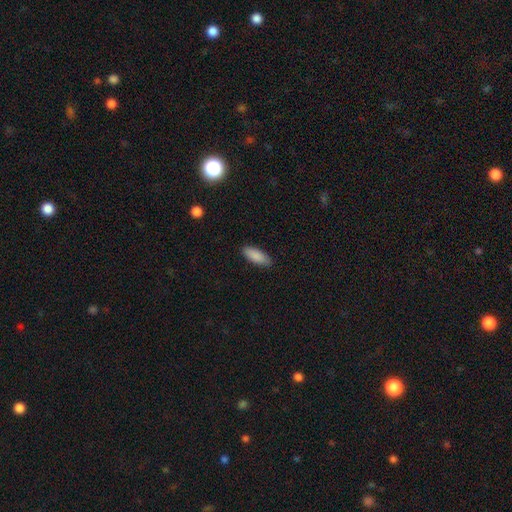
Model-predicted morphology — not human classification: This appears to be a smooth galaxy with no disk features (89%) that is in between round and cigar-shaped (74%). Merging: none (88%).